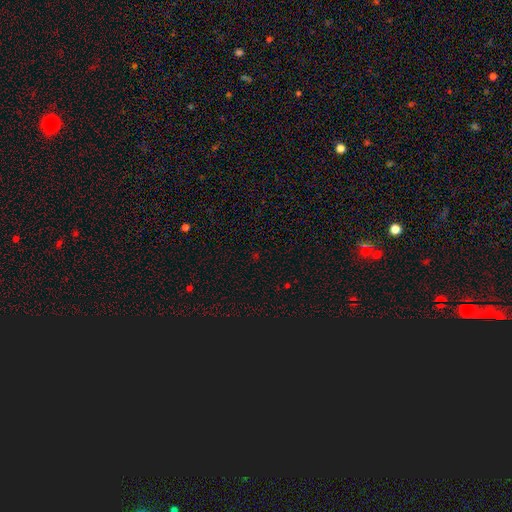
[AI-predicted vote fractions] Q: Smooth or featured?
A: star or artifact (64%); runner-up: smooth (28%)